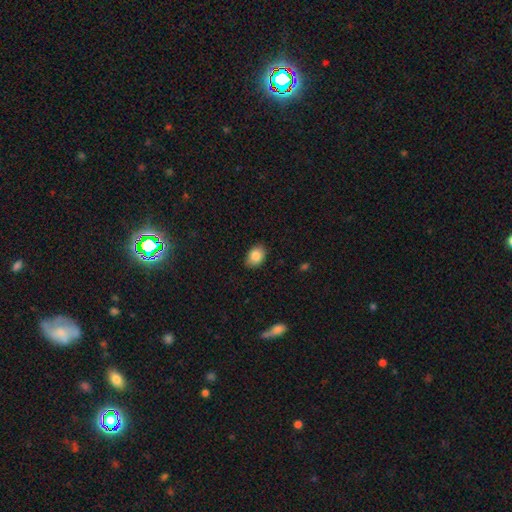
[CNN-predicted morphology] A smooth galaxy with no disk features (86%) that is in between round and cigar-shaped (74%).

Vote fractions:
- Smooth or featured? smooth: 86% / star or artifact: 8% / featured or disk: 6%
- How rounded? in between: 74% / round: 25% / cigar-shaped: 1%
- Merging? none: 84% / minor disturbance: 12% / major disturbance: 2% / merger: 1%